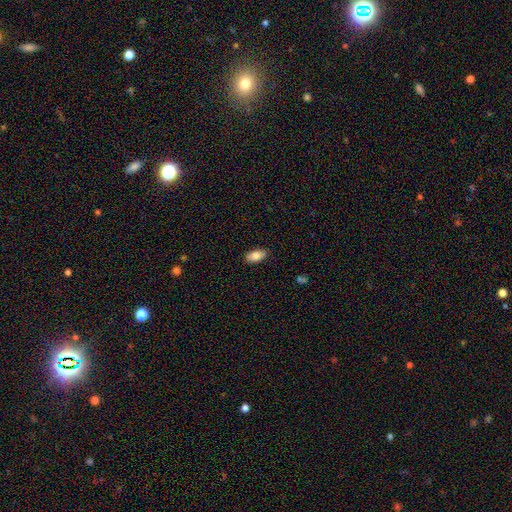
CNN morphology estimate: Smooth or featured? smooth (82%)
How rounded? in between (91%)
Merging? none (88%)